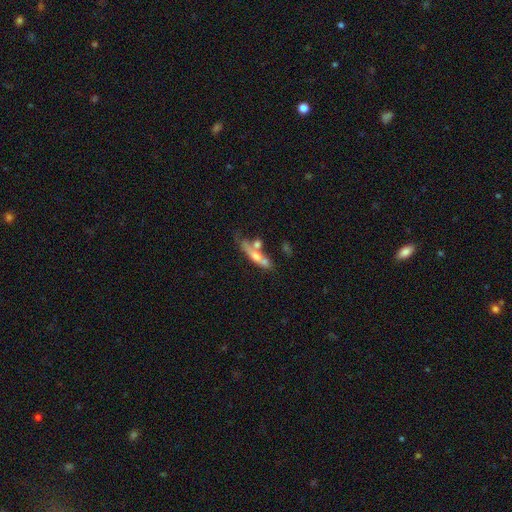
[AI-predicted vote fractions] Smooth or featured? smooth (46%)
Merging? merger (37%)